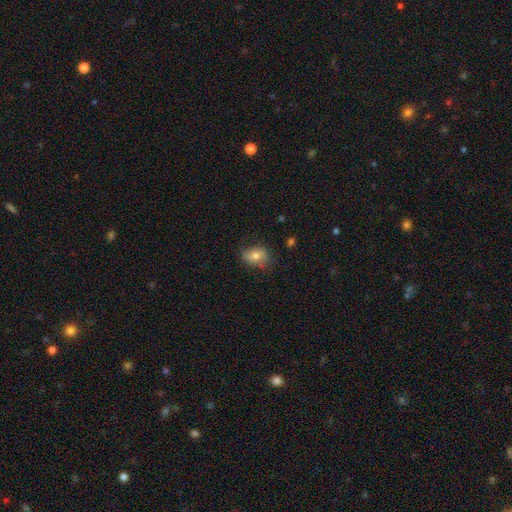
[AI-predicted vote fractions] The model was most divided on "how rounded": in between: 64%, round: 35%, cigar-shaped: 2%. More confident: merging — none (69%); smooth or featured — smooth (67%).